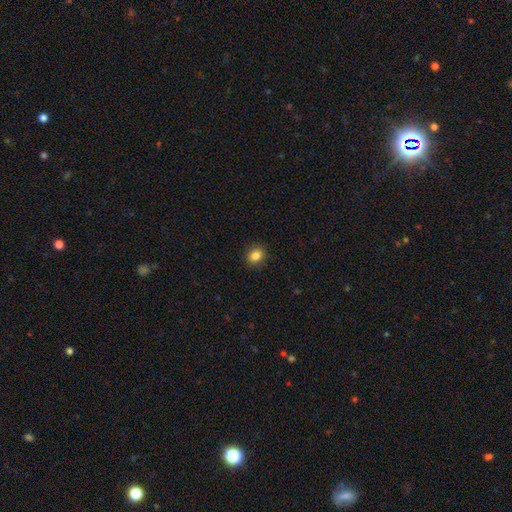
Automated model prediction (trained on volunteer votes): This is clearly a smooth galaxy (85%). How rounded: likely round (65%). Merging: clearly none (90%).